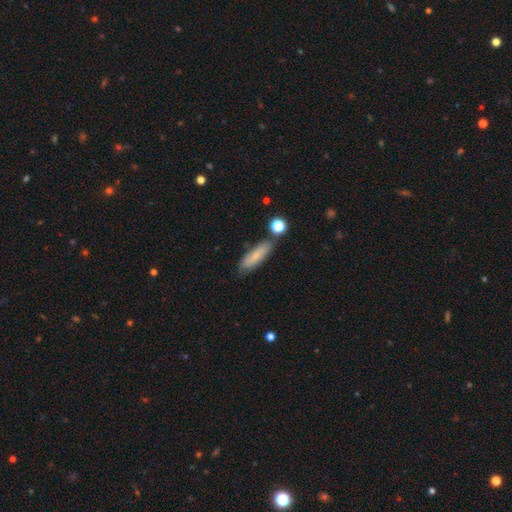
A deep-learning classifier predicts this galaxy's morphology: The model was most divided on "how rounded": cigar-shaped: 55%, in between: 43%, round: 3%. More confident: merging — none (74%); smooth or featured — smooth (73%).